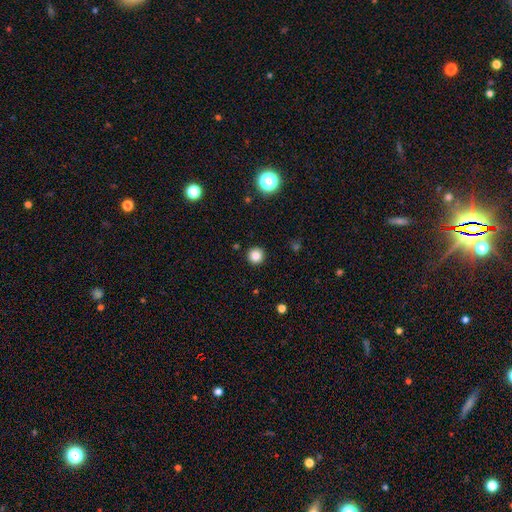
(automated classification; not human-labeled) Q: Smooth or featured?
A: smooth (84%); runner-up: star or artifact (12%)
Q: How rounded?
A: round (96%); runner-up: in between (3%)
Q: Merging?
A: none (93%); runner-up: minor disturbance (5%)